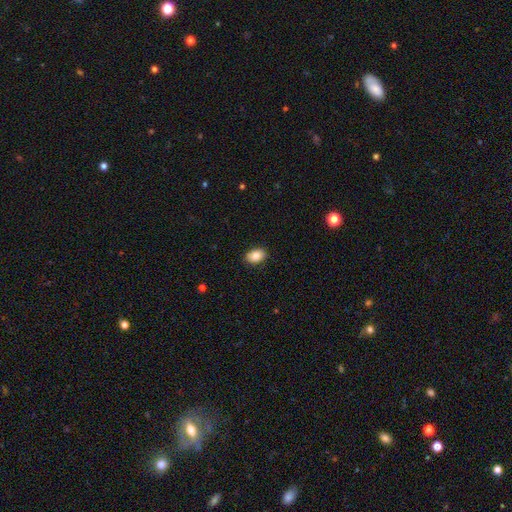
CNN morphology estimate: Q: Smooth or featured?
A: smooth (85%); runner-up: star or artifact (8%)
Q: How rounded?
A: in between (84%); runner-up: round (15%)
Q: Merging?
A: none (88%); runner-up: minor disturbance (9%)